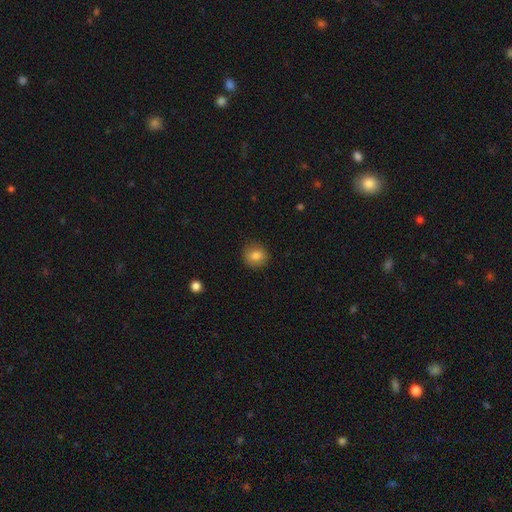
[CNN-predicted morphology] Smooth or featured? Predicted: smooth (p=0.83). How rounded? Predicted: round (p=0.85). Merging? Predicted: none (p=0.88).